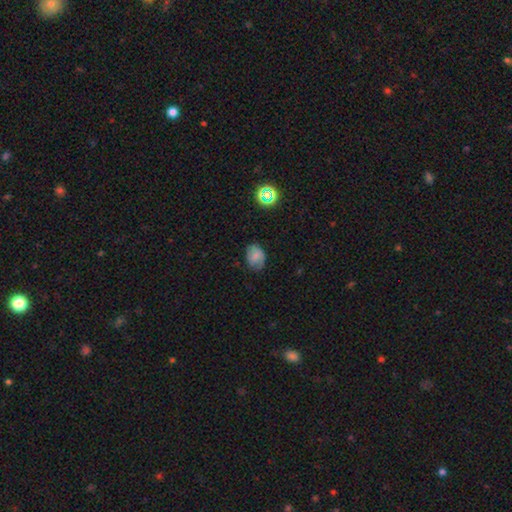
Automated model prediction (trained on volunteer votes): This is likely a smooth galaxy (61%). How rounded: likely in between (66%). Merging: likely none (70%).